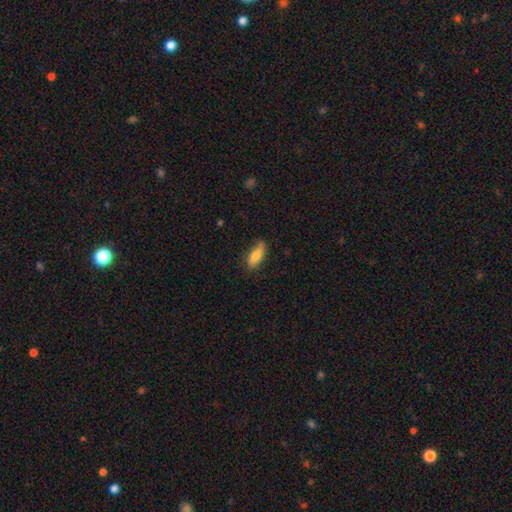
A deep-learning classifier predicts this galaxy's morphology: This appears to be a smooth galaxy with no disk features (74%) that is in between round and cigar-shaped (72%). Merging: none (72%).